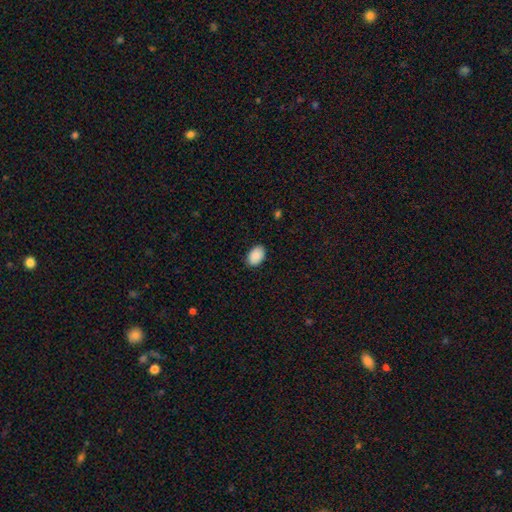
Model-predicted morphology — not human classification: smooth-or-featured: smooth: 90% | star or artifact: 7% | featured or disk: 3%
  how-rounded: in between: 86% | round: 13% | cigar-shaped: 1%
  merging: none: 87% | minor disturbance: 10% | major disturbance: 2% | merger: 1%